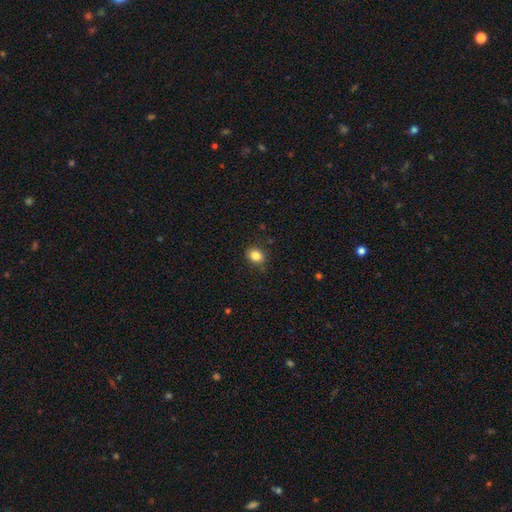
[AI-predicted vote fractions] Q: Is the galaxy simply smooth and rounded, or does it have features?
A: smooth — 85%.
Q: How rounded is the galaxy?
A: round — 51%.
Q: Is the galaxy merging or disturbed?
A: none — 85%.